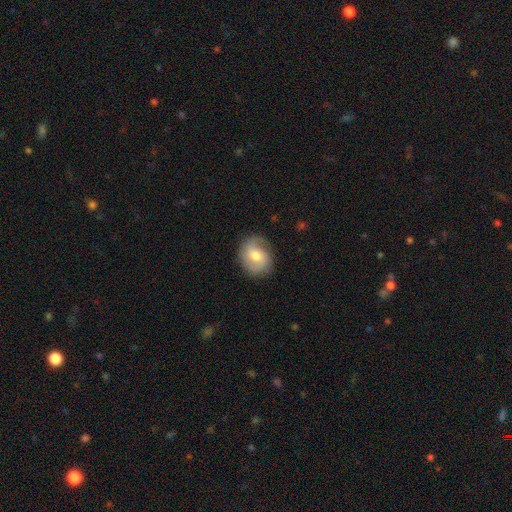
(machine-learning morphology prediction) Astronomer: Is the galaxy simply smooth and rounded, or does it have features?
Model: featured or disk — 47% (runner-up: smooth, 45%).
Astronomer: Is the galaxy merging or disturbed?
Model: none — 77%.